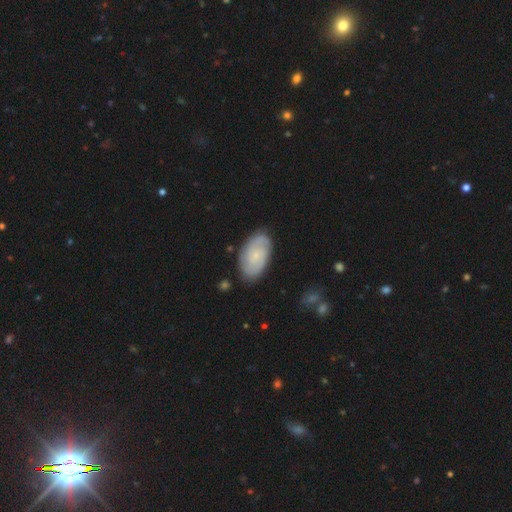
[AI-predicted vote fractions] This is likely a featured or disk galaxy (70%). It is clearly not viewed edge-on (96%). Bar: likely no (71%). Spiral arm pattern: clearly yes (93%). Spiral arm count: possibly 2 (48%). Spiral winding: likely tight (62%). Central bulge: likely small (77%). Merging: clearly none (82%).